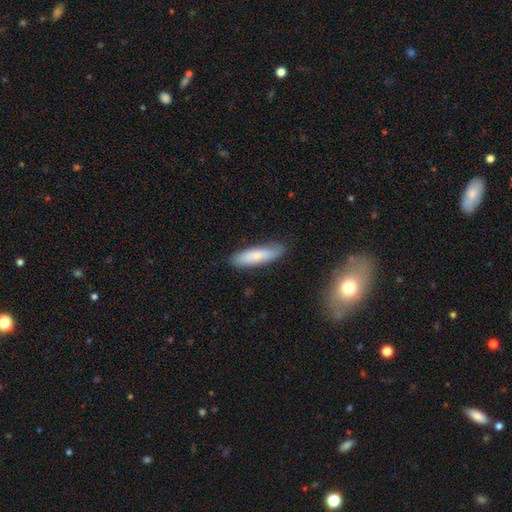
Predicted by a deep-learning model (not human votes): Q: Smooth or featured?
A: smooth (80%); runner-up: featured or disk (14%)
Q: How rounded?
A: cigar-shaped (64%); runner-up: in between (34%)
Q: Merging?
A: none (83%); runner-up: minor disturbance (13%)